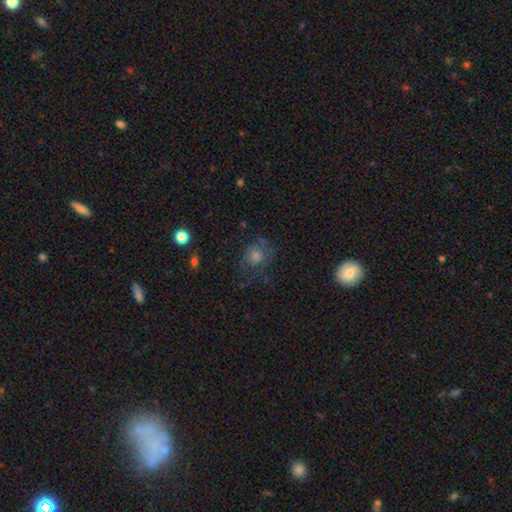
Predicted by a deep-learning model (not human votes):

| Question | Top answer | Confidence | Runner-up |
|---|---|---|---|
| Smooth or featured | smooth | 47% | featured or disk (32%) |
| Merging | none | 63% | minor disturbance (19%) |